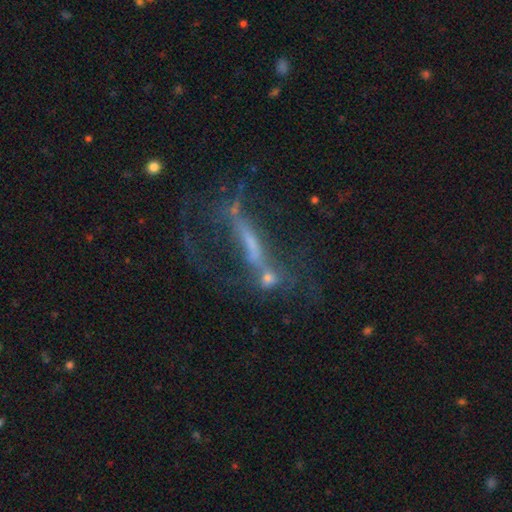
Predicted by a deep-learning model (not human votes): Morphology: type=featured or disk (59%); edge-on=no (60%); merging=none (38%).